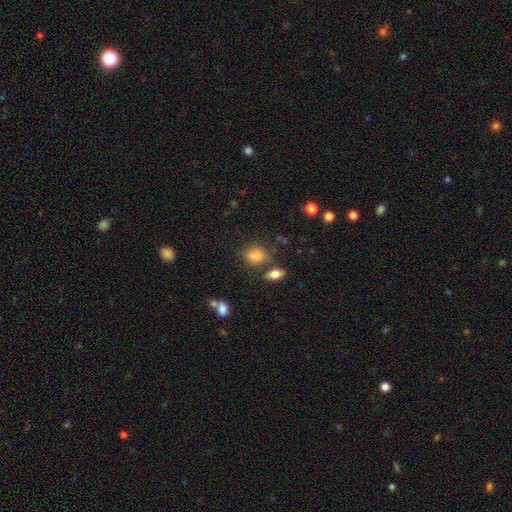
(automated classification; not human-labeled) Overall: smooth (80%). How rounded: in between (63%; round 35%). Merging: none (63%).